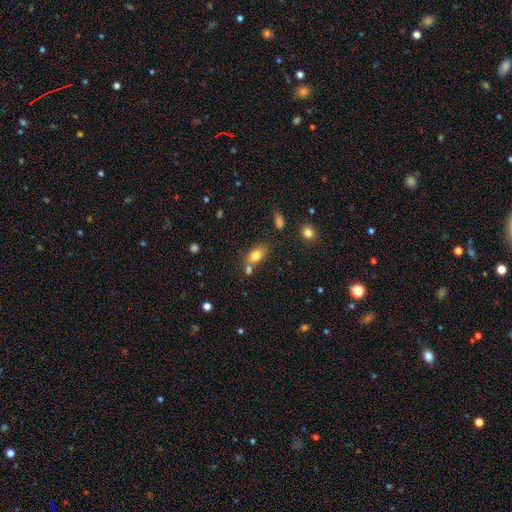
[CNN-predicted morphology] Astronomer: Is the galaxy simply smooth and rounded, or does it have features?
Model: smooth — 78%.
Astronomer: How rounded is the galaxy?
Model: in between — 84%.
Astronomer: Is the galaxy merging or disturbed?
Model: none — 55%.